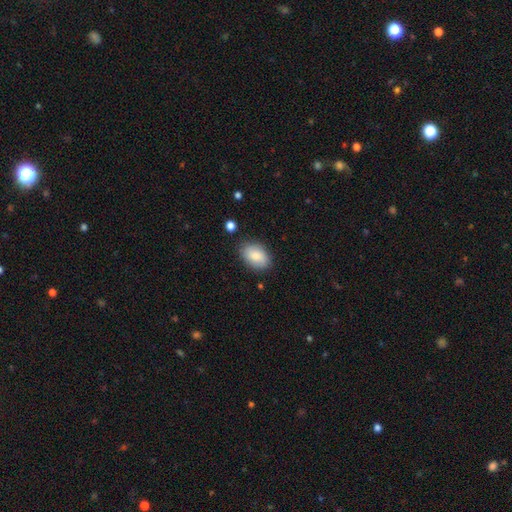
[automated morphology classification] Smooth or featured? smooth (81%)
How rounded? in between (89%)
Merging? none (82%)